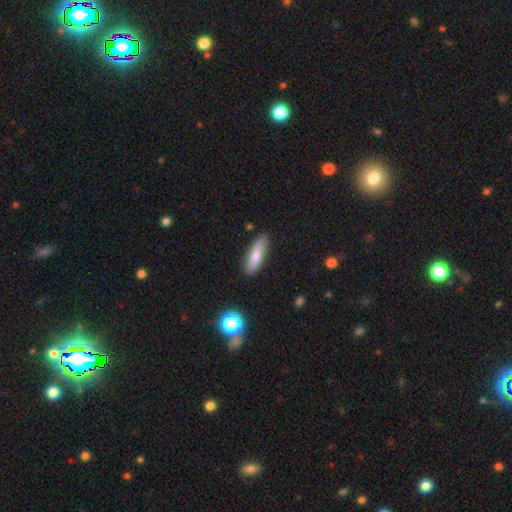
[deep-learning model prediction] Q: Smooth or featured?
A: smooth (69%); runner-up: featured or disk (23%)
Q: How rounded?
A: cigar-shaped (57%); runner-up: in between (40%)
Q: Merging?
A: none (85%); runner-up: minor disturbance (11%)